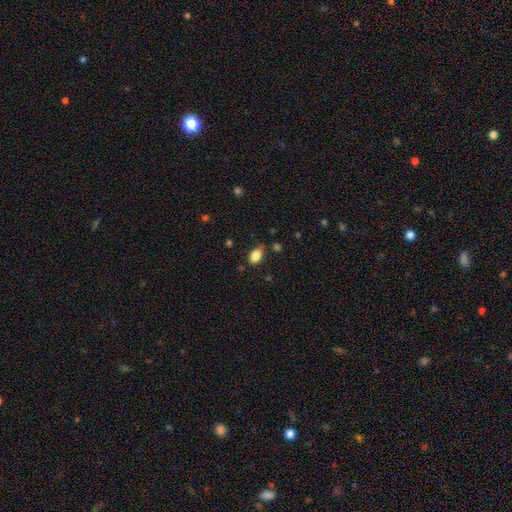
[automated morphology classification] The model was most divided on "merging": none: 68%, minor disturbance: 24%, major disturbance: 5%, merger: 3%. More confident: how rounded — in between (86%); smooth or featured — smooth (84%).